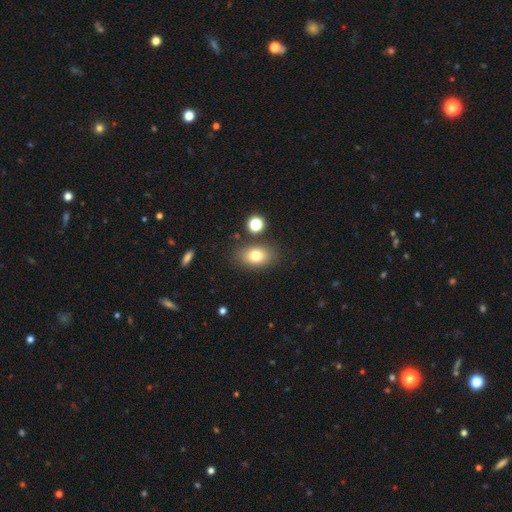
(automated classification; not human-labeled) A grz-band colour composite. It shows a smooth galaxy with no disk features (78%) that is in between round and cigar-shaped (83%). Merging: none (81%).